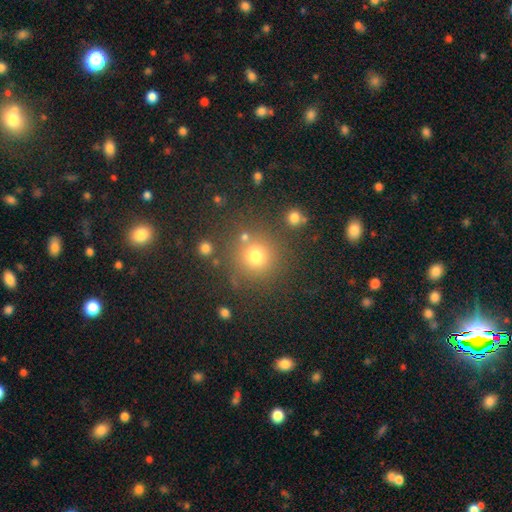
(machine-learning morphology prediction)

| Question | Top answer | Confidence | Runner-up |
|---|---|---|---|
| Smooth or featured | smooth | 75% | star or artifact (17%) |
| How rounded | round | 93% | in between (6%) |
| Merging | none | 80% | minor disturbance (9%) |